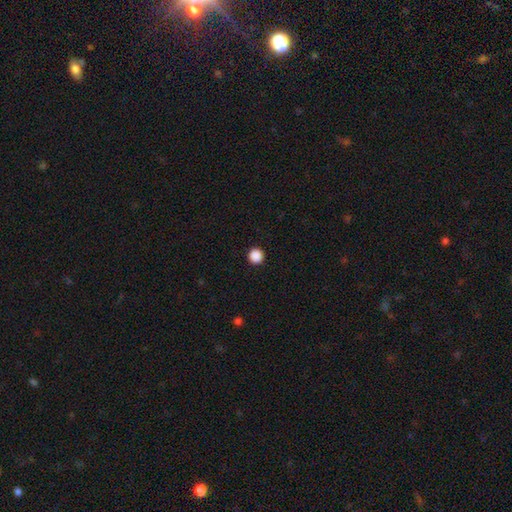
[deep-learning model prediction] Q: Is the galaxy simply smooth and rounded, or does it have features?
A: smooth — 88%.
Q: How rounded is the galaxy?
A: round — 96%.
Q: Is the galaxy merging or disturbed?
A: none — 94%.